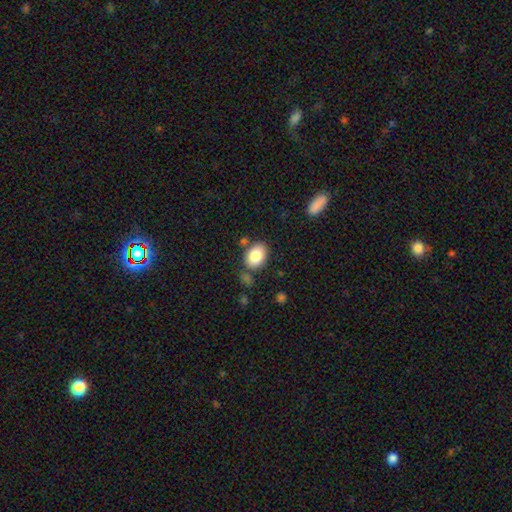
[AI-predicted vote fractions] smooth 85%, featured or disk 8%, star or artifact 7%. Down the decision tree: how rounded — in between (78%); merging — none (75%).